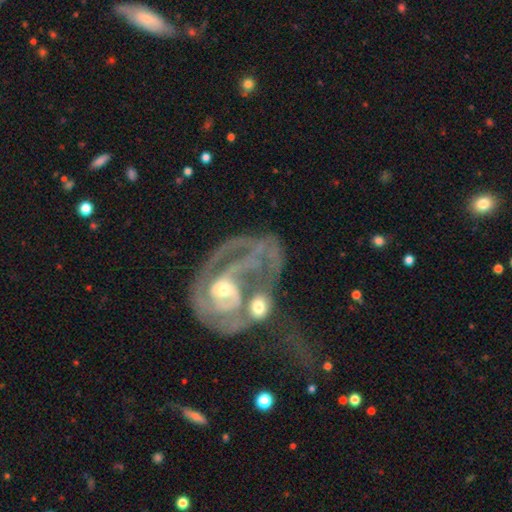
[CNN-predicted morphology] Q: Smooth or featured?
A: featured or disk (85%); runner-up: smooth (9%)
Q: Edge-on disk?
A: no (97%); runner-up: yes (3%)
Q: Bar?
A: no (58%); runner-up: weak (32%)
Q: Spiral arms?
A: yes (84%); runner-up: no (16%)
Q: Spiral winding?
A: tight (44%); runner-up: medium (35%)
Q: Spiral arm count?
A: 2 (35%); runner-up: can't tell (28%)
Q: Bulge size?
A: moderate (47%); runner-up: small (44%)
Q: Merging?
A: merger (57%); runner-up: major disturbance (23%)